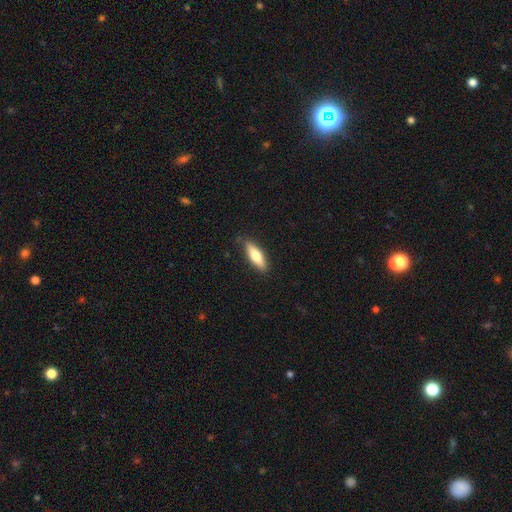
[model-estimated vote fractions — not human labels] Morphology: type=smooth (69%); roundness=cigar-shaped (51%); merging=none (84%).